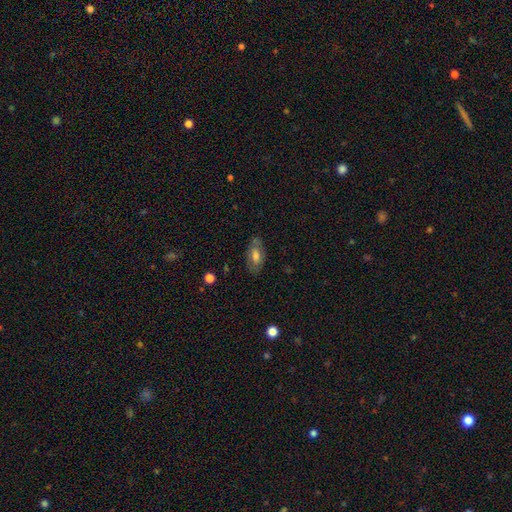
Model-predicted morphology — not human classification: smooth-or-featured: smooth: 60% | featured or disk: 33% | star or artifact: 7%
  how-rounded: in between: 90% | cigar-shaped: 6% | round: 4%
  merging: none: 77% | minor disturbance: 17% | major disturbance: 4% | merger: 2%